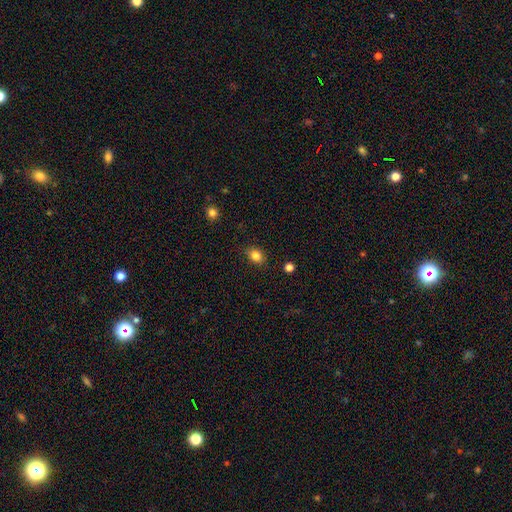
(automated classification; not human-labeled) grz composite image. It shows a smooth galaxy with no disk features (83%) that is in between round and cigar-shaped (55%). Merging: none (86%).